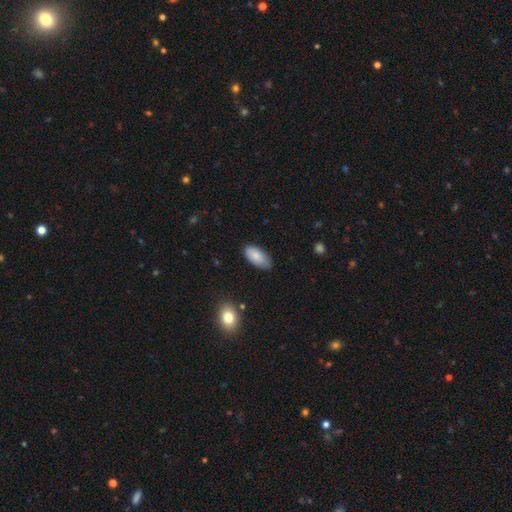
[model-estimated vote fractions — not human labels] Q: Smooth or featured?
A: smooth (85%); runner-up: featured or disk (9%)
Q: How rounded?
A: in between (93%); runner-up: cigar-shaped (4%)
Q: Merging?
A: none (81%); runner-up: minor disturbance (15%)